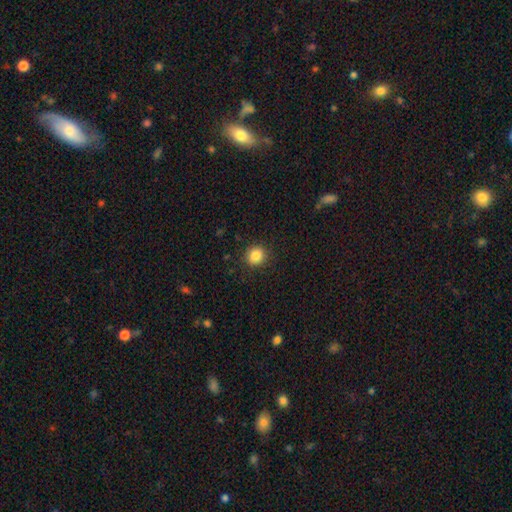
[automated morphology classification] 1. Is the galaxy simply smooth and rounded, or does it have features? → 86% smooth, 10% star or artifact, 4% featured or disk.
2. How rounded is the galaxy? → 87% round, 12% in between, 1% cigar-shaped.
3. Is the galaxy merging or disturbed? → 89% none, 7% minor disturbance, 2% major disturbance, 1% merger.